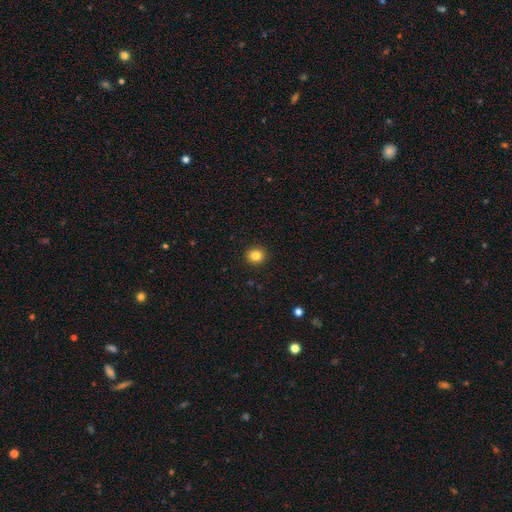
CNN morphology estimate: This is clearly a smooth galaxy (83%). How rounded: clearly round (84%). Merging: clearly none (92%).